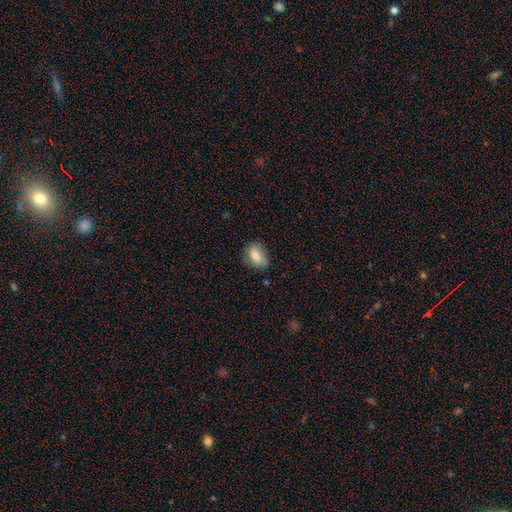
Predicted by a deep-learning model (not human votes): Smooth or featured: smooth — 75% (featured or disk — 17%)
How rounded: in between — 83% (round — 14%)
Merging: none — 67% (minor disturbance — 26%)